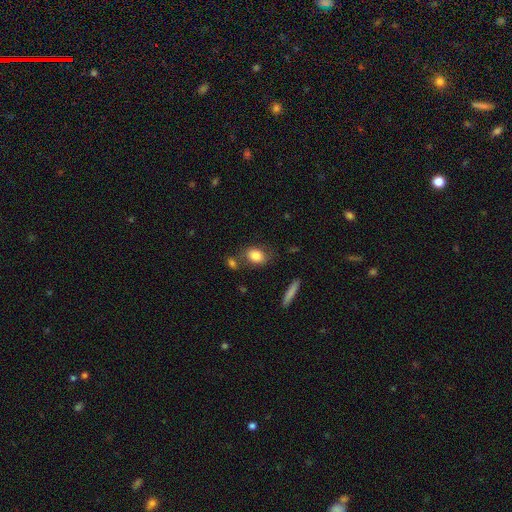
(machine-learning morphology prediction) smooth-or-featured: smooth: 82% | featured or disk: 10% | star or artifact: 8%
  how-rounded: in between: 71% | round: 26% | cigar-shaped: 3%
  merging: none: 68% | minor disturbance: 16% | merger: 10% | major disturbance: 6%